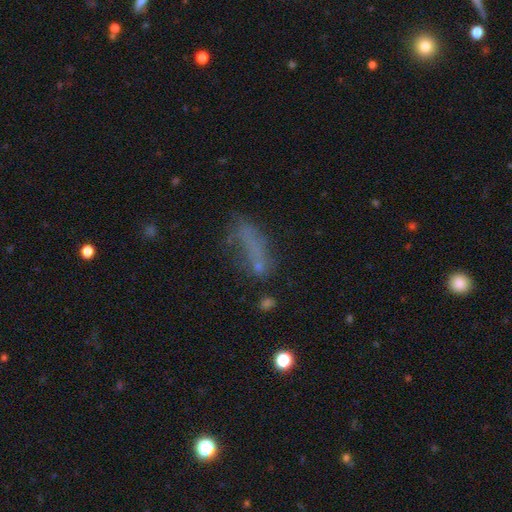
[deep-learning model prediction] A smooth galaxy with no disk features (50%).

Vote fractions:
- Smooth or featured? smooth: 50% / featured or disk: 29% / star or artifact: 22%
- Merging? none: 39% / major disturbance: 29% / minor disturbance: 22% / merger: 10%